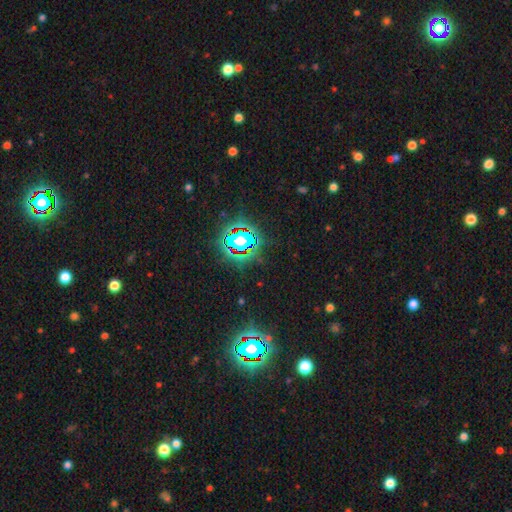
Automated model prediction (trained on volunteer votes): A star or artifact, not a galaxy (84%).

Vote fractions:
- Smooth or featured? star or artifact: 84% / smooth: 9% / featured or disk: 7%